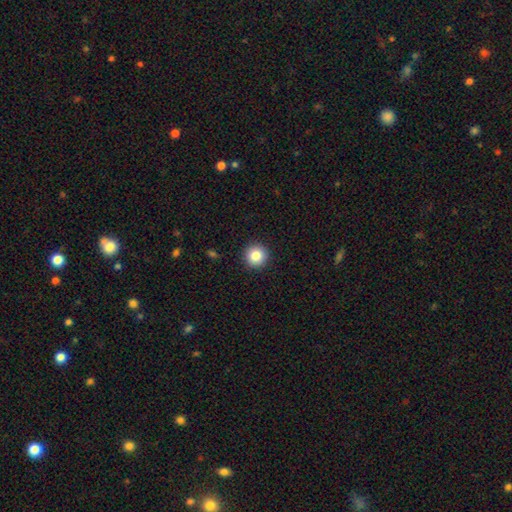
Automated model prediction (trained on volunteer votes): The model was most divided on "smooth or featured": smooth: 84%, star or artifact: 10%, featured or disk: 6%. More confident: how rounded — round (95%); merging — none (93%).